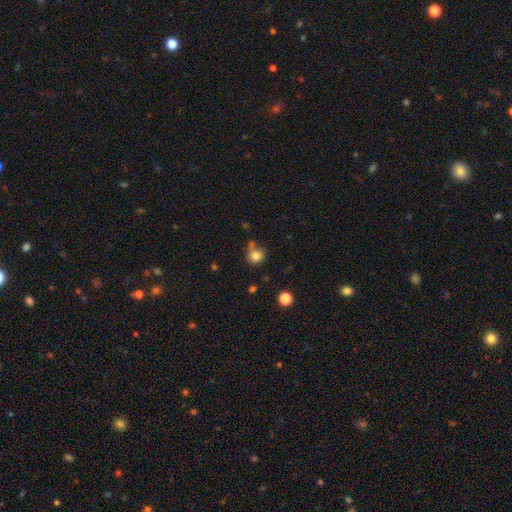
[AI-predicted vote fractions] A smooth galaxy with no disk features (80%) that is round (82%). Merging: none (54%).